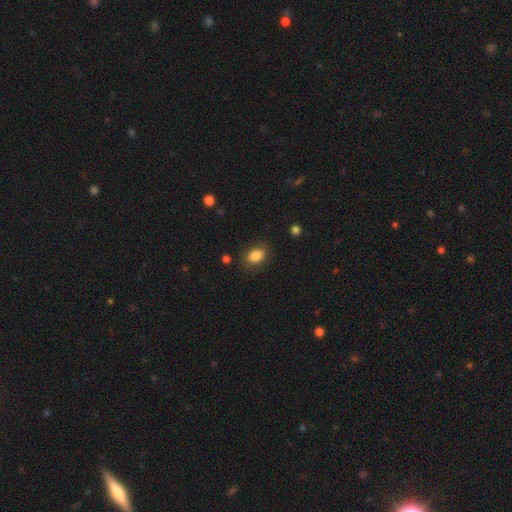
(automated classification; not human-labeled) A smooth galaxy with no disk features (84%) that is in between round and cigar-shaped (67%). Merging: none (76%).